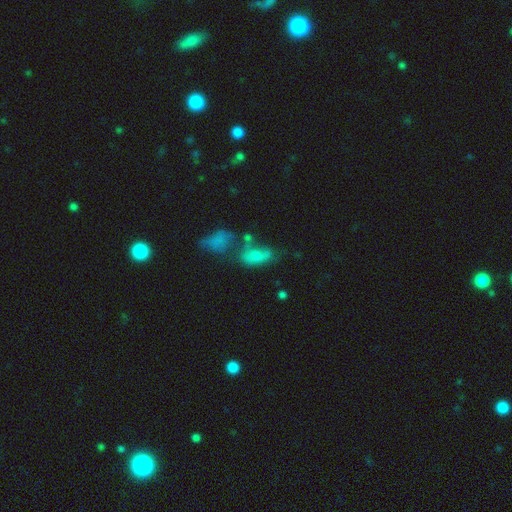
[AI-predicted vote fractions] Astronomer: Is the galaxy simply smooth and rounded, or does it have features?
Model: smooth — 65%.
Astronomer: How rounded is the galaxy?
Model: in between — 84%.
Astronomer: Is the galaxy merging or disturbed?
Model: merger — 35% (runner-up: none, 24%).